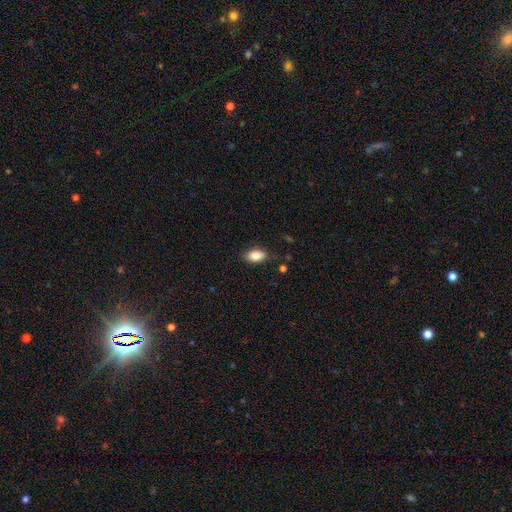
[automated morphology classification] Smooth or featured: smooth — 86% (star or artifact — 8%)
How rounded: in between — 91% (round — 6%)
Merging: none — 83% (minor disturbance — 12%)